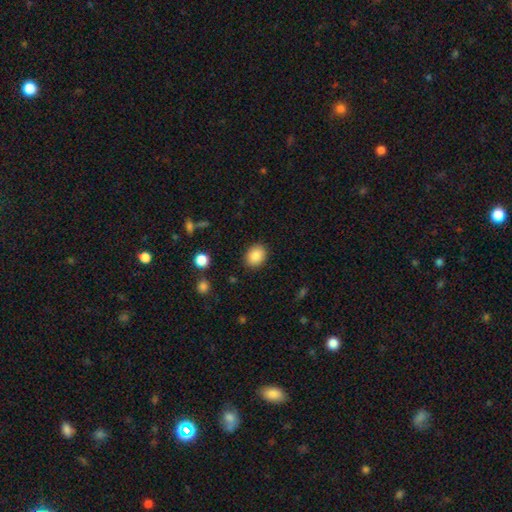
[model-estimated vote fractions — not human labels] Overall: smooth (87%). How rounded: in between (54%; round 45%). Merging: none (88%).